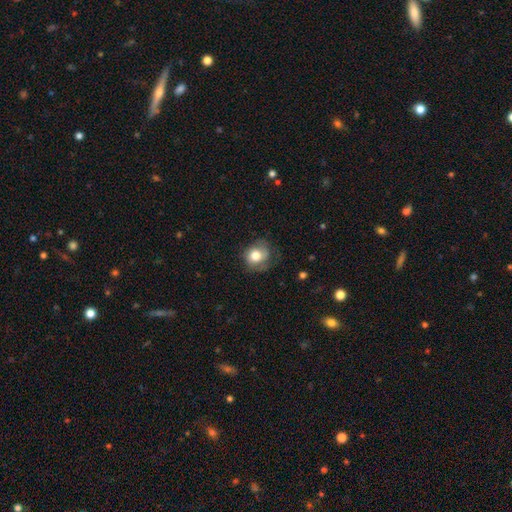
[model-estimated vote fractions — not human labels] Smooth or featured?
  - smooth: 76% *
  - featured or disk: 16%
  - star or artifact: 9%
How rounded?
  - round: 74% *
  - in between: 25%
  - cigar-shaped: 1%
Merging?
  - none: 60% *
  - minor disturbance: 26%
  - major disturbance: 12%
  - merger: 1%